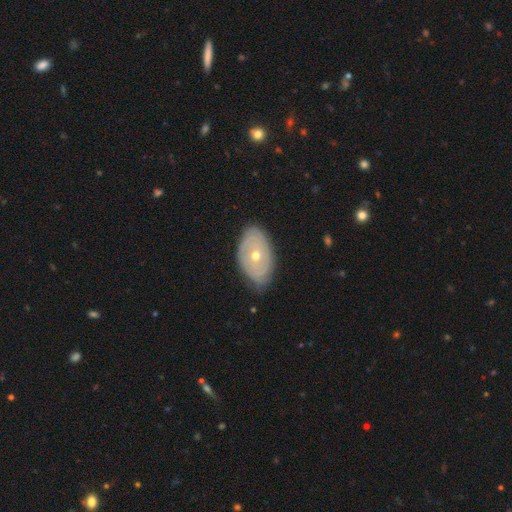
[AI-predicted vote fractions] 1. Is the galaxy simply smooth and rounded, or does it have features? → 60% featured or disk, 34% smooth, 7% star or artifact.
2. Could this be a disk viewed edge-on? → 90% no, 10% yes.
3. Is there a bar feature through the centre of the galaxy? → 90% no, 8% weak, 2% strong.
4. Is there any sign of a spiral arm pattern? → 62% no, 38% yes.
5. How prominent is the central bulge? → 53% moderate, 44% small, 1% large, 1% dominant, 1% none.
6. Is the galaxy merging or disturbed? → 76% none, 19% minor disturbance, 4% major disturbance, 1% merger.